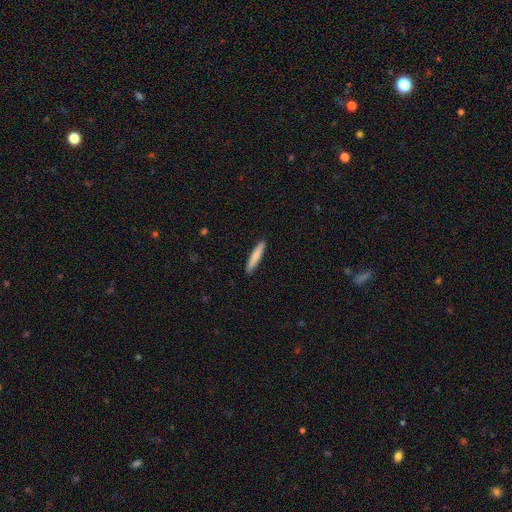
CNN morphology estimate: This is likely a smooth galaxy (78%). How rounded: clearly cigar-shaped (92%). Merging: clearly none (90%).